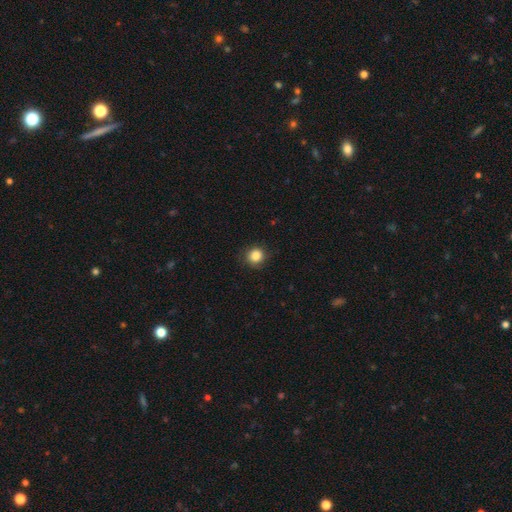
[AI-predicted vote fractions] A smooth galaxy with no disk features (86%) that is round (90%).

Vote fractions:
- Smooth or featured? smooth: 86% / star or artifact: 10% / featured or disk: 4%
- How rounded? round: 90% / in between: 9% / cigar-shaped: 1%
- Merging? none: 86% / minor disturbance: 11% / major disturbance: 3% / merger: 1%